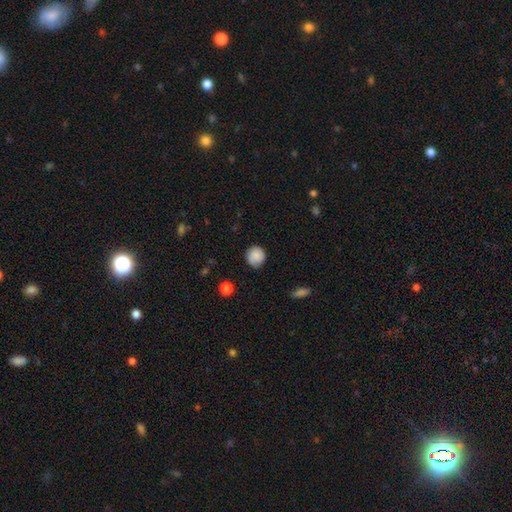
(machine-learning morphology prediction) The model was most divided on "merging": none: 79%, minor disturbance: 16%, major disturbance: 4%, merger: 1%. More confident: how rounded — round (88%); smooth or featured — smooth (83%).